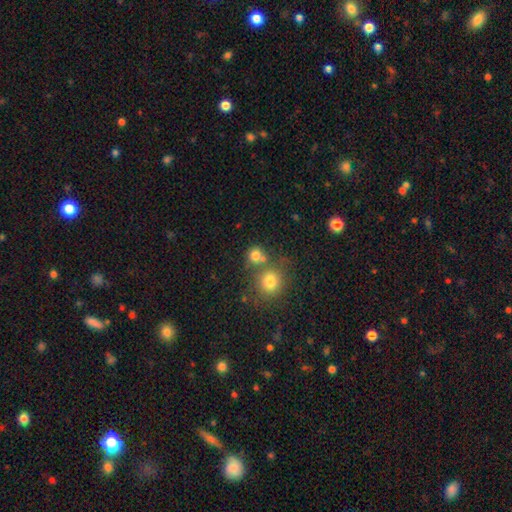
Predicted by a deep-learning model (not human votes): Smooth or featured?
  - smooth: 79% *
  - star or artifact: 13%
  - featured or disk: 8%
How rounded?
  - round: 86% *
  - in between: 13%
  - cigar-shaped: 1%
Merging?
  - none: 57% *
  - merger: 30%
  - minor disturbance: 8%
  - major disturbance: 4%